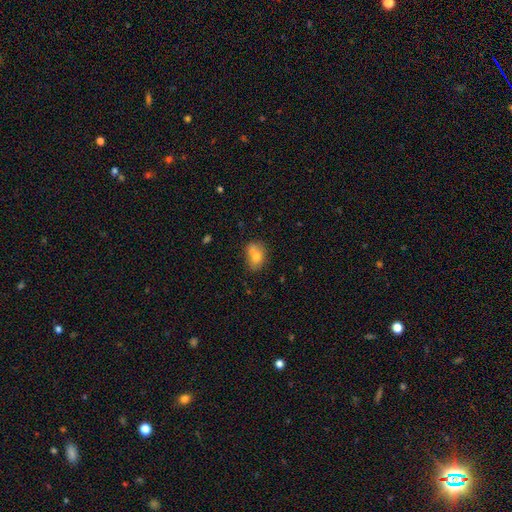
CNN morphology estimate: A smooth galaxy with no disk features (69%) that is in between round and cigar-shaped (61%). Merging: merger (43%).